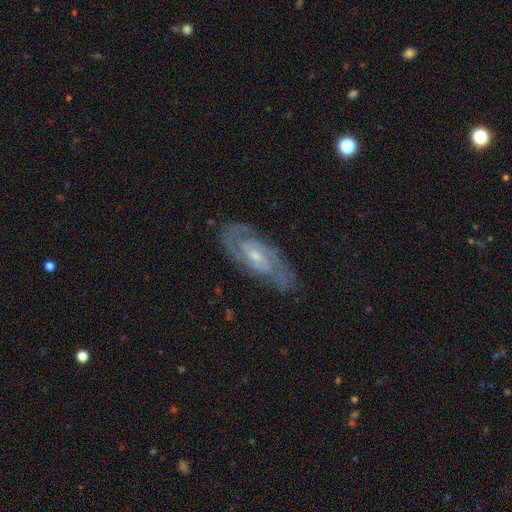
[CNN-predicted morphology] Smooth or featured? Predicted: featured or disk (p=0.87). Edge-on disk? Predicted: no (p=0.93). Bar? Predicted: weak (p=0.49). Spiral arms? Predicted: yes (p=0.97). Spiral winding? Predicted: tight (p=0.55). Spiral arm count? Predicted: 2 (p=0.76). Bulge size? Predicted: small (p=0.61). Merging? Predicted: none (p=0.79).